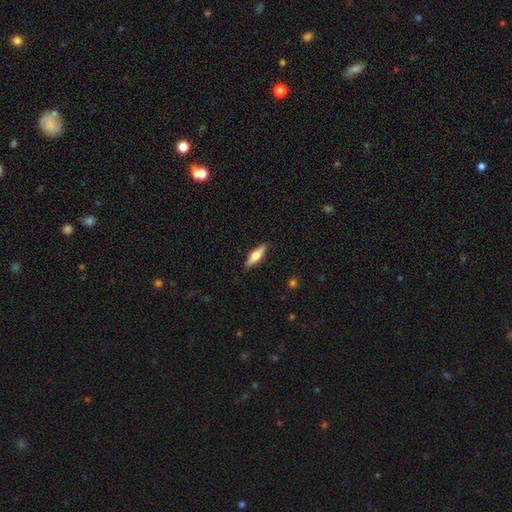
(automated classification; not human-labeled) Smooth or featured? Predicted: smooth (p=0.52). How rounded? Predicted: cigar-shaped (p=0.60). Merging? Predicted: none (p=0.89).